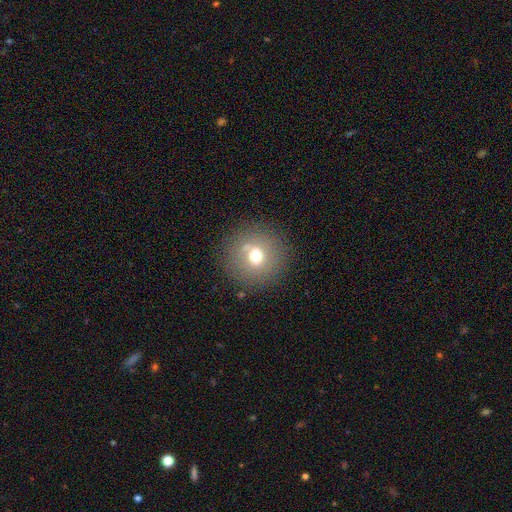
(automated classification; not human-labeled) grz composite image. It shows a smooth galaxy with no disk features (65%) that is round (92%). Merging: none (82%).